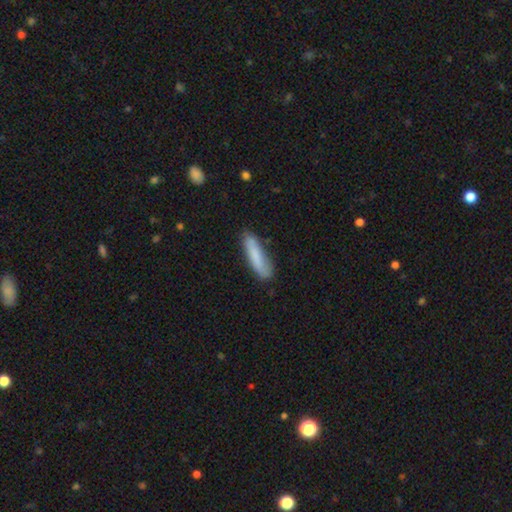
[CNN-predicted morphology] Smooth or featured? smooth (78%)
How rounded? cigar-shaped (81%)
Merging? none (77%)